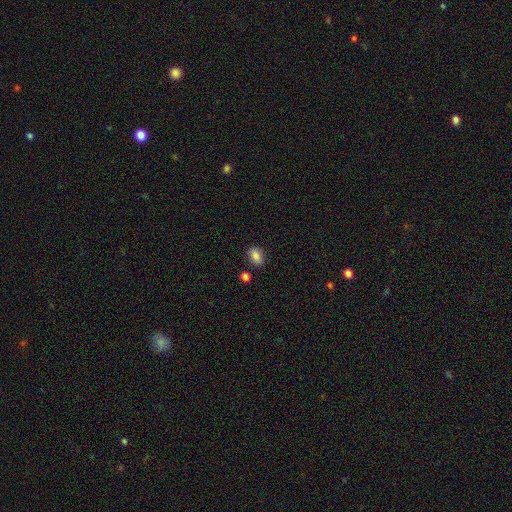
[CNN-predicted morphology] A smooth galaxy with no disk features (85%) that is in between round and cigar-shaped (79%). Merging: none (82%).